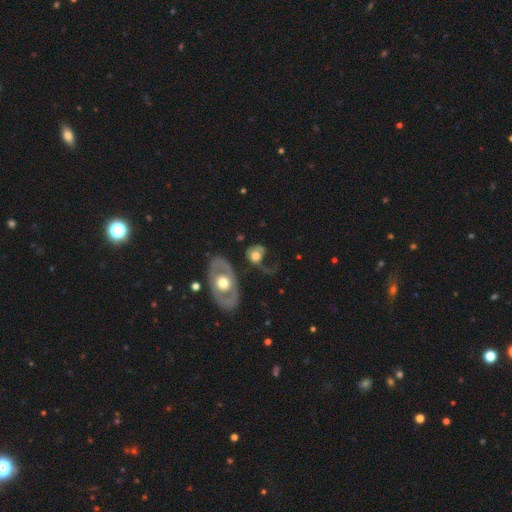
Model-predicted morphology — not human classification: Smooth or featured?
  - featured or disk: 48% *
  - smooth: 45%
  - star or artifact: 6%
Merging?
  - none: 46% *
  - major disturbance: 24%
  - minor disturbance: 20%
  - merger: 9%